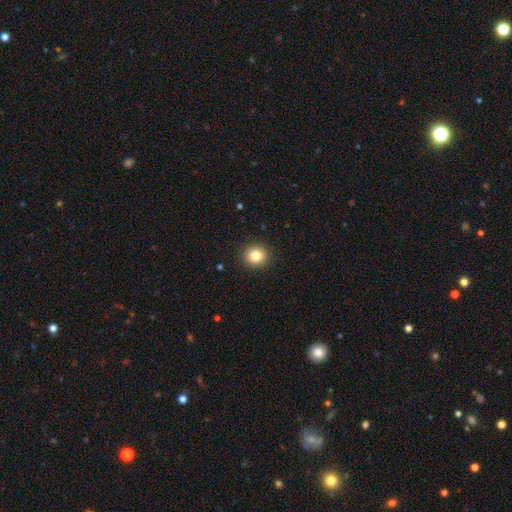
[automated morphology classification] Overall: smooth (84%). How rounded: round (90%). Merging: none (92%).